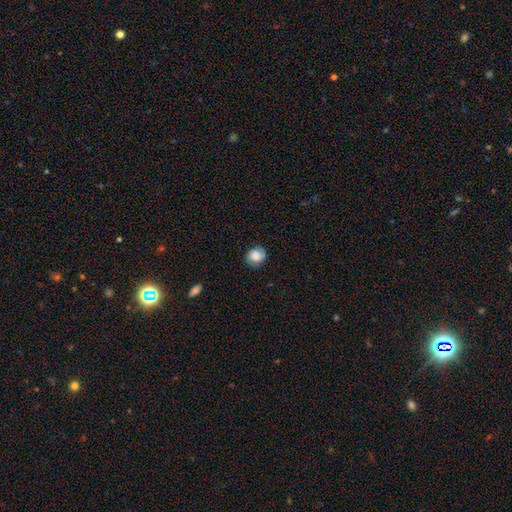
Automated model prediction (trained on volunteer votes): smooth 80%, featured or disk 12%, star or artifact 9%. Down the decision tree: how rounded — round (75%); merging — none (77%).